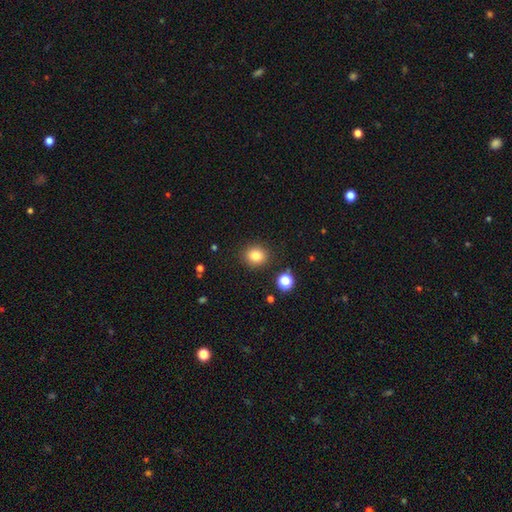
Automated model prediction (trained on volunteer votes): Overall: smooth (83%). How rounded: round (78%). Merging: none (88%).